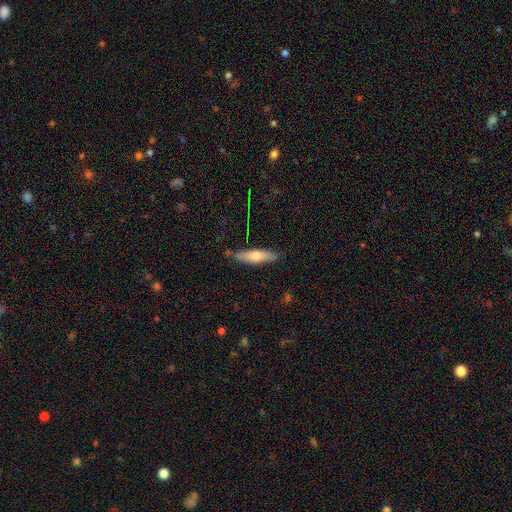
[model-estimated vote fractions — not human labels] Smooth or featured? smooth (59%)
How rounded? cigar-shaped (73%)
Merging? none (83%)